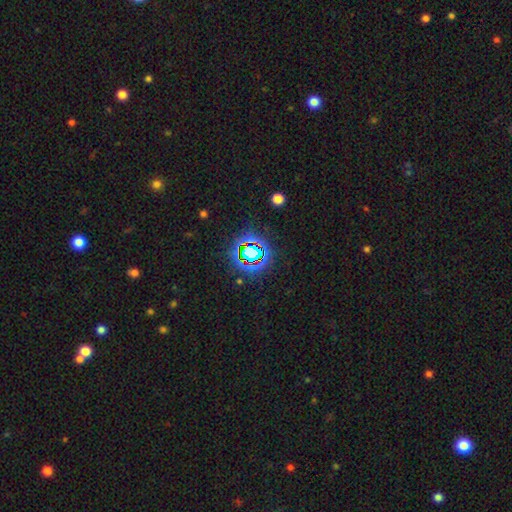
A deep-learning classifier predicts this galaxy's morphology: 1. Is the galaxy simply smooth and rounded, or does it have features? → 78% star or artifact, 14% smooth, 8% featured or disk.